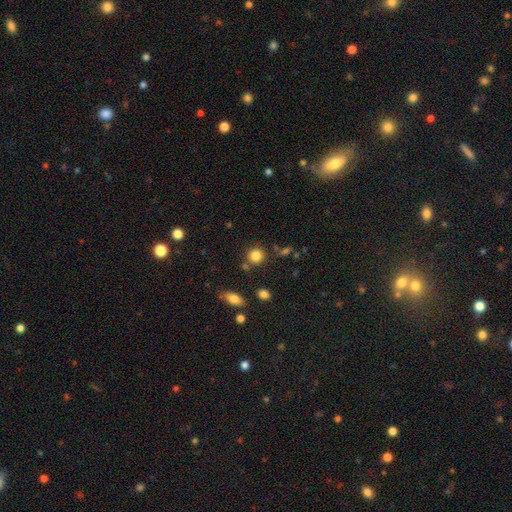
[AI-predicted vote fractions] Smooth or featured: smooth — 84% (star or artifact — 11%)
How rounded: round — 88% (in between — 11%)
Merging: none — 79% (minor disturbance — 10%)